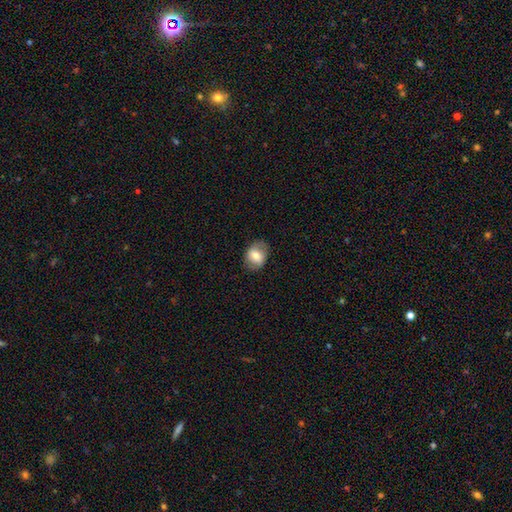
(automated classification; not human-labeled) Morphology: type=smooth (67%); roundness=in between (61%); merging=none (81%).